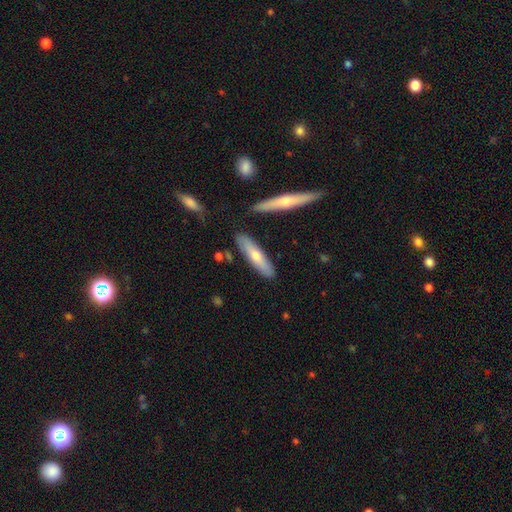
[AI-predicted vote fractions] A smooth galaxy with no disk features (55%) that is cigar-shaped (76%).

Vote fractions:
- Smooth or featured? smooth: 55% / featured or disk: 39% / star or artifact: 6%
- How rounded? cigar-shaped: 76% / in between: 22% / round: 2%
- Merging? none: 82% / minor disturbance: 11% / merger: 5% / major disturbance: 2%